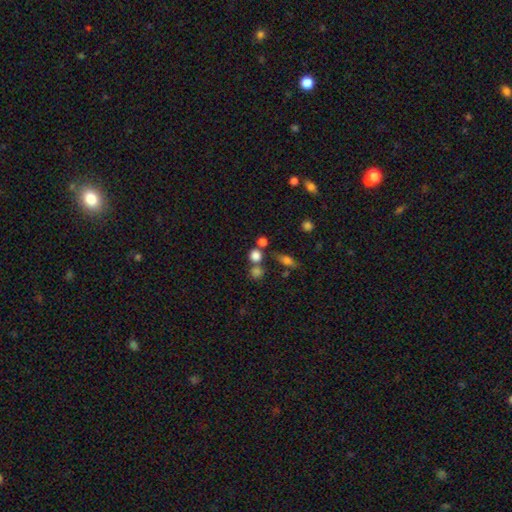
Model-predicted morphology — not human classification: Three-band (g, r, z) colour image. It shows a smooth galaxy with no disk features (78%) that is round (85%). Merging: none (61%).